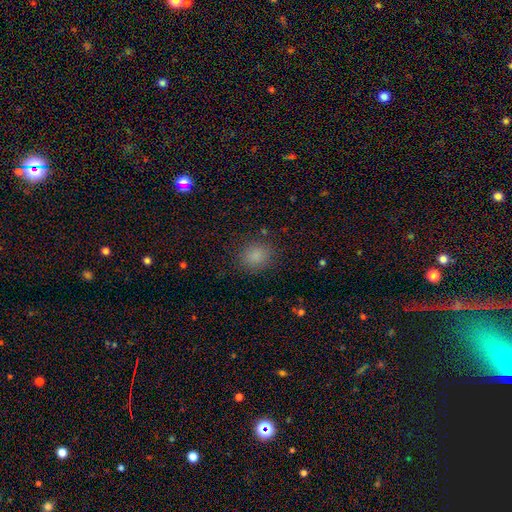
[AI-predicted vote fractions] Smooth or featured?
  - smooth: 84% *
  - star or artifact: 12%
  - featured or disk: 4%
How rounded?
  - round: 68% *
  - in between: 31%
  - cigar-shaped: 1%
Merging?
  - none: 86% *
  - minor disturbance: 9%
  - major disturbance: 3%
  - merger: 1%